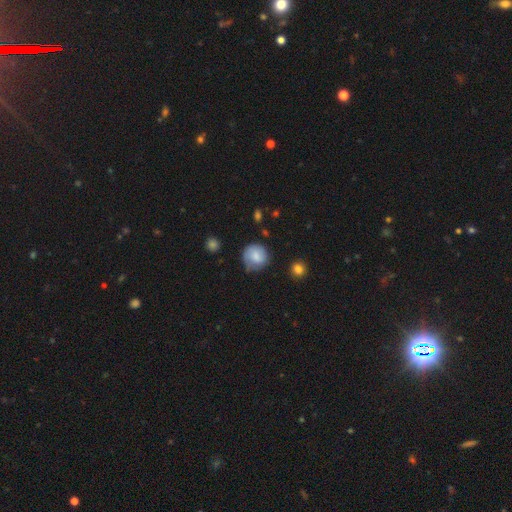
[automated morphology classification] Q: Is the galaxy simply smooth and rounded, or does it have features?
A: smooth — 77%.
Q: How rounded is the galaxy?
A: round — 89%.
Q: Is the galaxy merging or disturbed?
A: none — 66%.